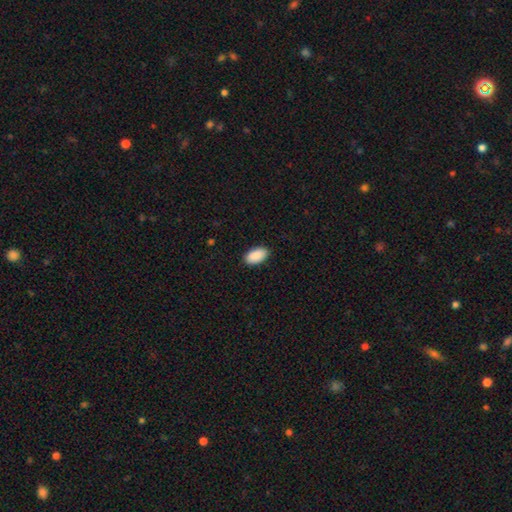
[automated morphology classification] Smooth or featured?
  - smooth: 91% *
  - star or artifact: 6%
  - featured or disk: 3%
How rounded?
  - in between: 96% *
  - round: 2%
  - cigar-shaped: 2%
Merging?
  - none: 90% *
  - minor disturbance: 7%
  - major disturbance: 2%
  - merger: 1%